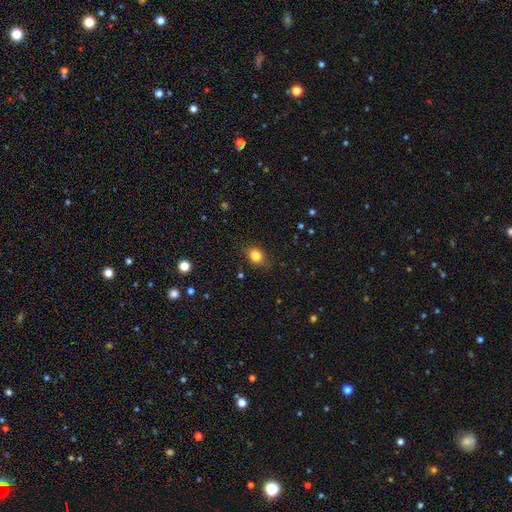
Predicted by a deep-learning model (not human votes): Smooth or featured?
  - smooth: 83% *
  - star or artifact: 10%
  - featured or disk: 6%
How rounded?
  - in between: 56% *
  - round: 43%
  - cigar-shaped: 1%
Merging?
  - none: 81% *
  - minor disturbance: 14%
  - major disturbance: 3%
  - merger: 1%